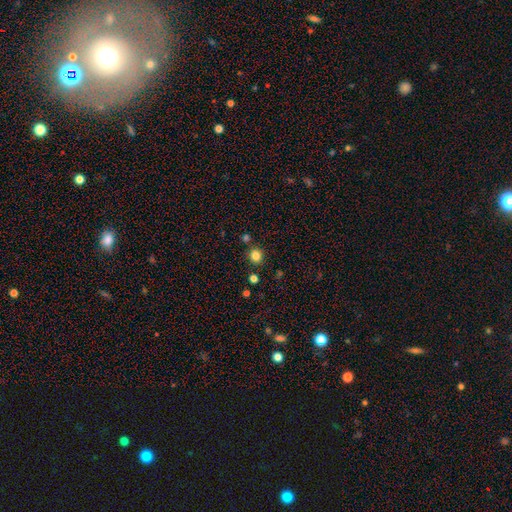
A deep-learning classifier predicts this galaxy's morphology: Smooth or featured? Predicted: smooth (p=0.82). How rounded? Predicted: round (p=0.90). Merging? Predicted: none (p=0.85).